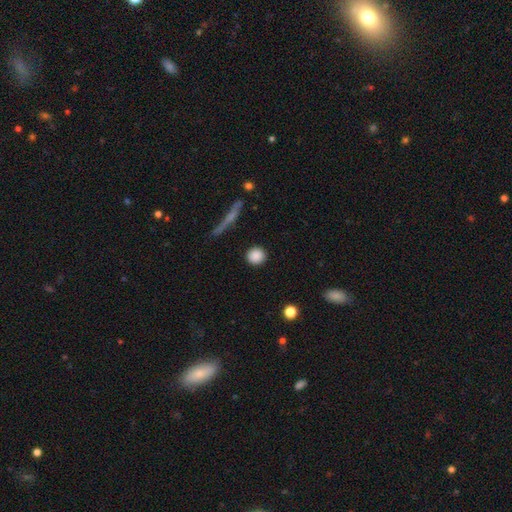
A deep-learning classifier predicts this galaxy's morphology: Smooth or featured? Predicted: smooth (p=0.87). How rounded? Predicted: round (p=0.91). Merging? Predicted: none (p=0.90).